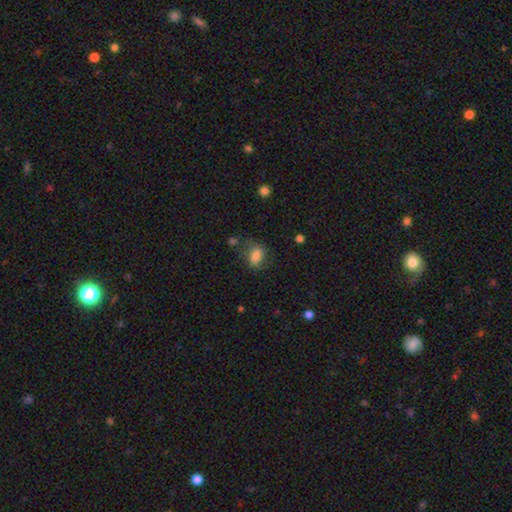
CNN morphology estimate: The model was most divided on "merging": none: 61%, minor disturbance: 24%, major disturbance: 11%, merger: 3%. More confident: smooth or featured — smooth (82%); how rounded — in between (80%).